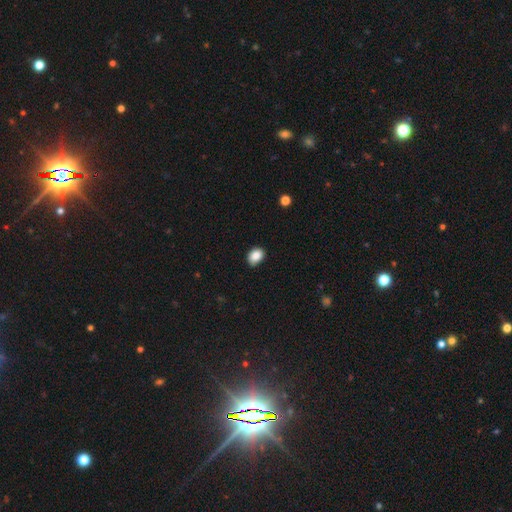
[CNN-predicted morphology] This is clearly a smooth galaxy (87%). How rounded: likely in between (63%). Merging: likely none (77%).